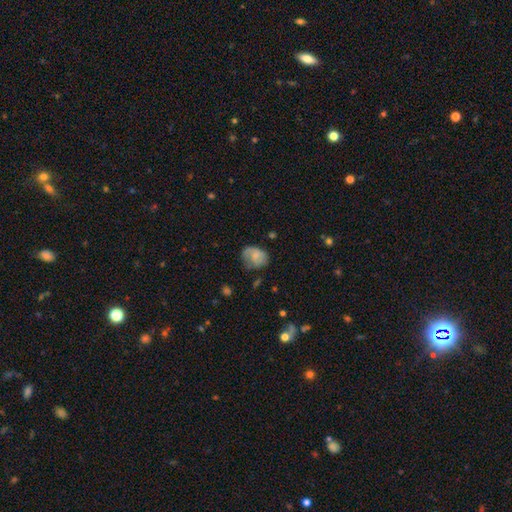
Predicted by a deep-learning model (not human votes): Q: Smooth or featured?
A: smooth (64%); runner-up: featured or disk (27%)
Q: How rounded?
A: in between (54%); runner-up: round (45%)
Q: Merging?
A: none (48%); runner-up: minor disturbance (33%)